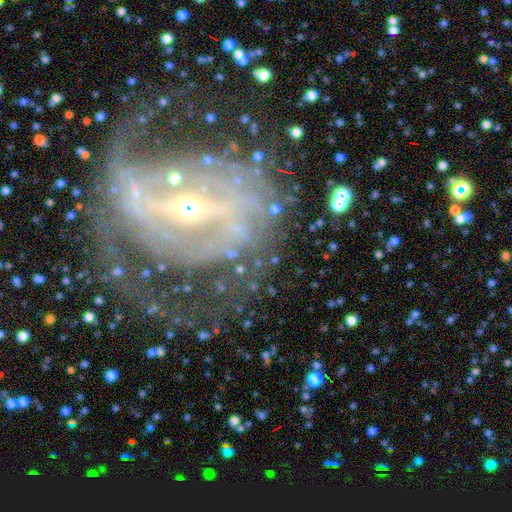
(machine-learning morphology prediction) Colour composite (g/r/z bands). It shows a featured or disk galaxy (85%) with a strong bar (62%), 2 (59%) medium (37%) spiral arms (83%) and a small central bulge (59%). Merging: none (50%).